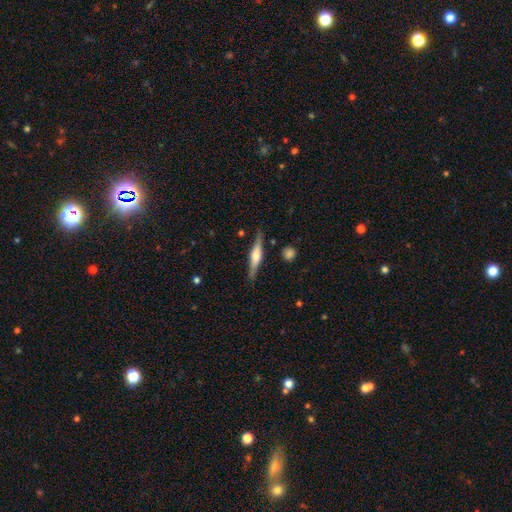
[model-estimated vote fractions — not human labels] Overall: featured or disk (67%). Edge-on disk: yes (96%). Edge-on bulge: rounded (72%). Merging: none (85%).